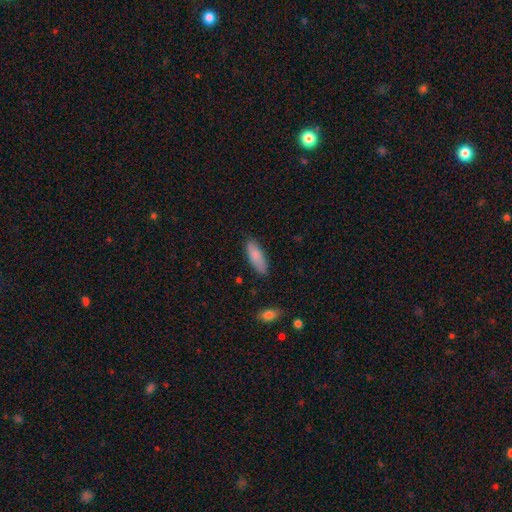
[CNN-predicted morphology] type=smooth (86%); roundness=in between (64%); merging=none (82%).